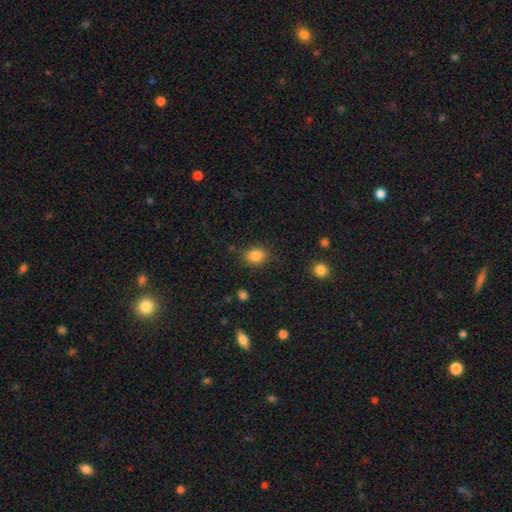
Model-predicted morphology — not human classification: type=smooth (84%); roundness=in between (61%); merging=none (80%).